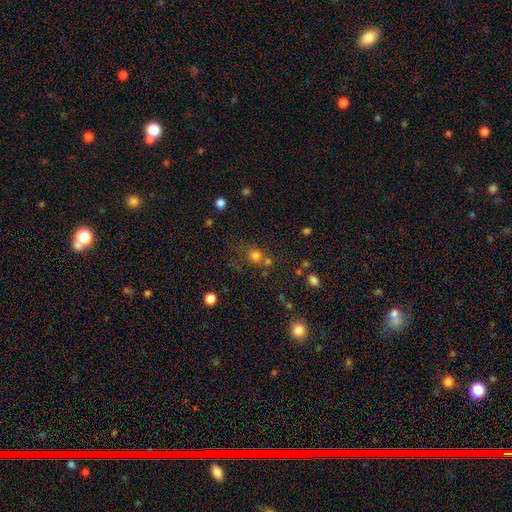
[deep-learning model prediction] Overall: smooth (72%). How rounded: round (87%). Merging: none (60%; merger 21%).